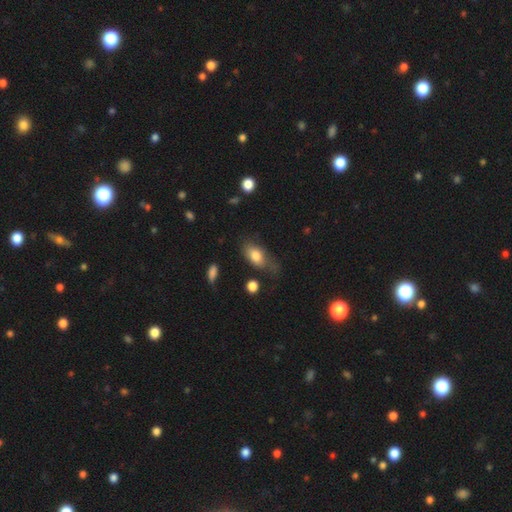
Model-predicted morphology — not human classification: Smooth or featured? Predicted: smooth (p=0.77). How rounded? Predicted: in between (p=0.87). Merging? Predicted: none (p=0.43).